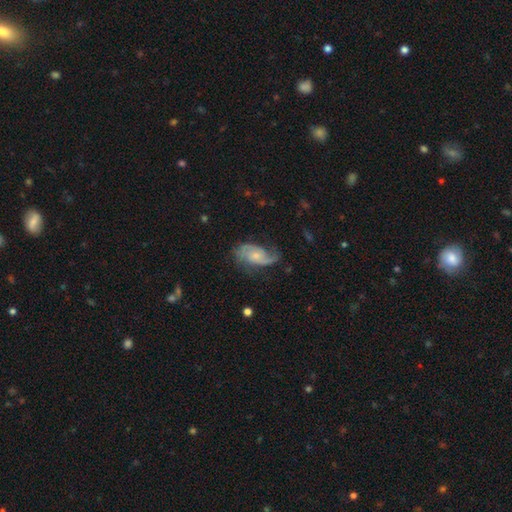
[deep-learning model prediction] Overall: featured or disk (77%). Edge-on disk: no (96%). Bar: no (69%). Spiral arms: yes (94%). Spiral arm count: 2 (70%). Spiral winding: medium (42%; loose 37%). Bulge size: small (61%; moderate 31%). Merging: none (59%; minor disturbance 24%).